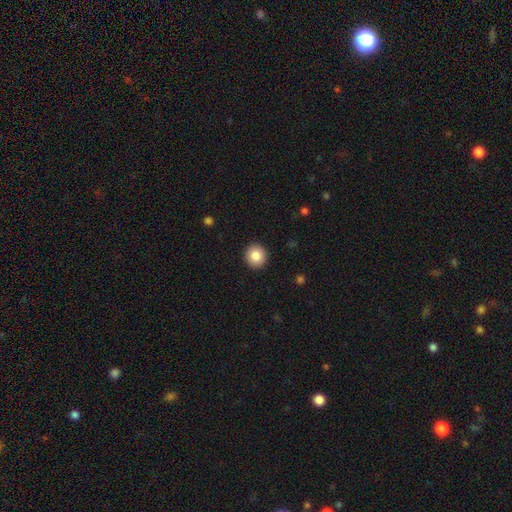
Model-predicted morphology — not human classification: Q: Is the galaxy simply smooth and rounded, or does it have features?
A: smooth — 86%.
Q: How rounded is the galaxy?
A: round — 91%.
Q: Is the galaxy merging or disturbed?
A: none — 93%.